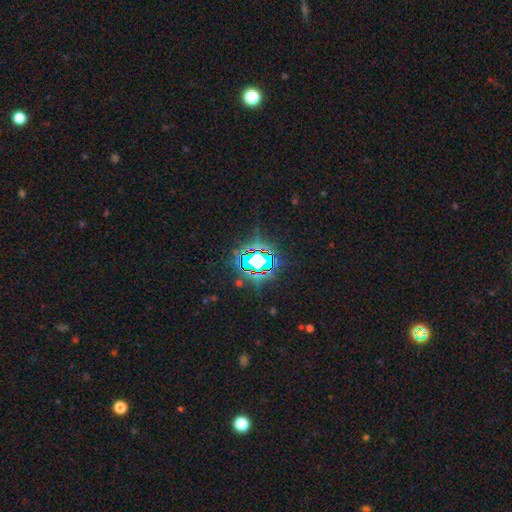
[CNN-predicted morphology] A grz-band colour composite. It shows a star or artifact, not a galaxy (74%).